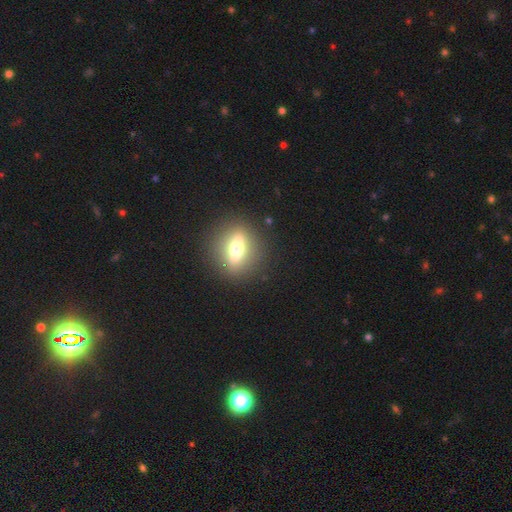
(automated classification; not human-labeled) featured or disk 47%, smooth 41%, star or artifact 13%. Down the decision tree: merging — none (90%).